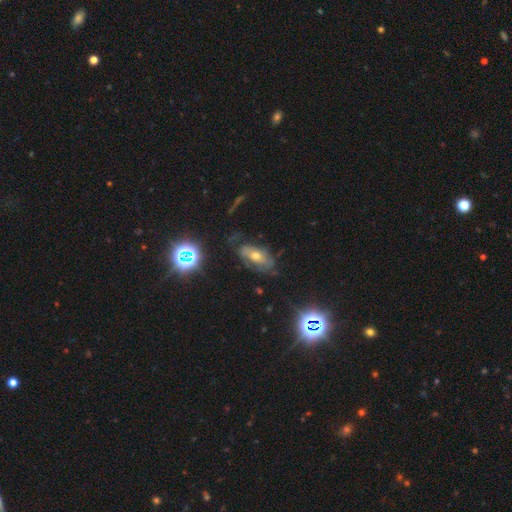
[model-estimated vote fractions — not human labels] Smooth or featured? Predicted: featured or disk (p=0.48). Merging? Predicted: none (p=0.60).